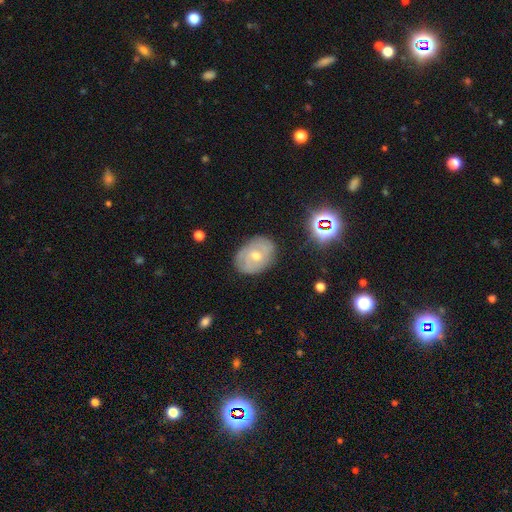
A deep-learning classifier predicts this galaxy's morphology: A featured or disk galaxy (59%) with no bar (68%), spiral arms (72%) and a moderate central bulge (54%). Merging: none (78%).